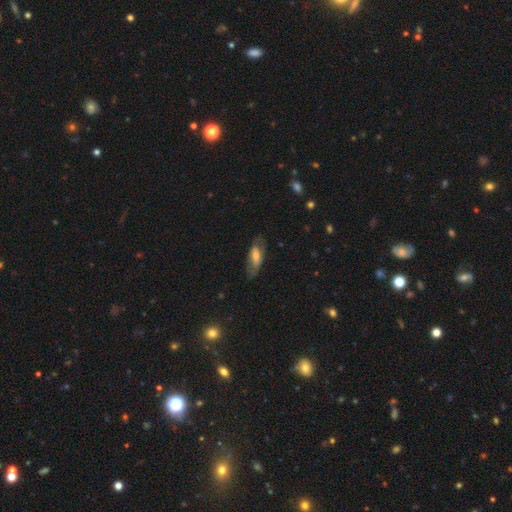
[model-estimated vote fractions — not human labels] Smooth or featured: smooth — 51% (featured or disk — 42%)
How rounded: in between — 75% (cigar-shaped — 23%)
Merging: none — 69% (minor disturbance — 20%)